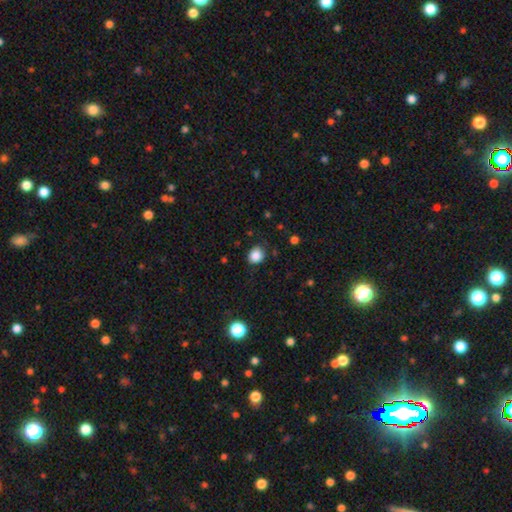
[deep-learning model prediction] Smooth or featured?
  - smooth: 86% *
  - star or artifact: 10%
  - featured or disk: 4%
How rounded?
  - round: 70% *
  - in between: 29%
  - cigar-shaped: 1%
Merging?
  - none: 79% *
  - minor disturbance: 15%
  - major disturbance: 4%
  - merger: 1%